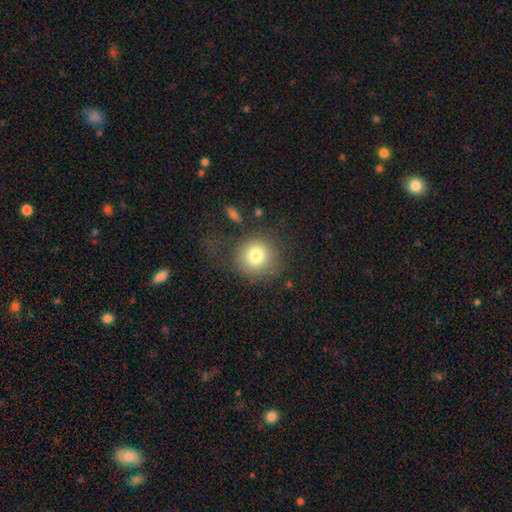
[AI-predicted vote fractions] Overall: smooth (79%). How rounded: round (88%). Merging: none (66%).